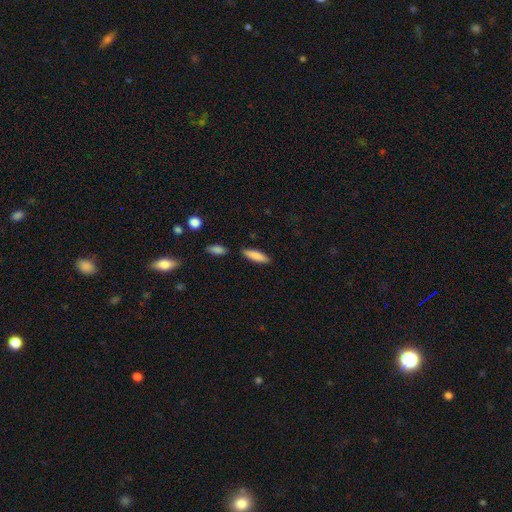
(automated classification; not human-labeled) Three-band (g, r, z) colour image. It shows a smooth galaxy with no disk features (85%) that is cigar-shaped (60%). Merging: none (81%).